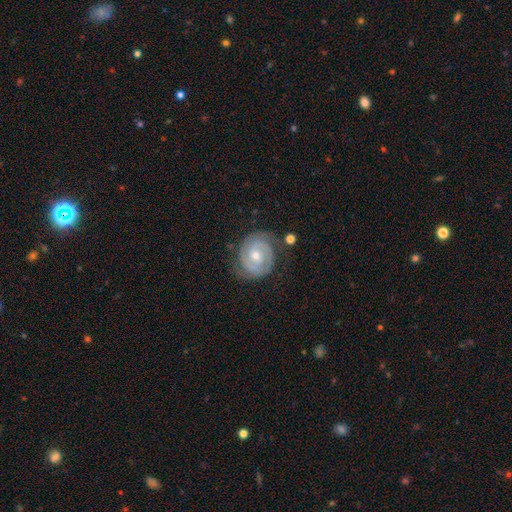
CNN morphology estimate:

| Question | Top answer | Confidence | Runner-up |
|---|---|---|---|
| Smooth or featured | featured or disk | 85% | smooth (9%) |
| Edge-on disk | no | 98% | yes (2%) |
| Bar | no | 51% | weak (38%) |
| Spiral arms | yes | 96% | no (4%) |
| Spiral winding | tight | 72% | medium (24%) |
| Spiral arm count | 2 | 78% | can't tell (9%) |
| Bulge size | moderate | 59% | small (37%) |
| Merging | none | 78% | minor disturbance (15%) |